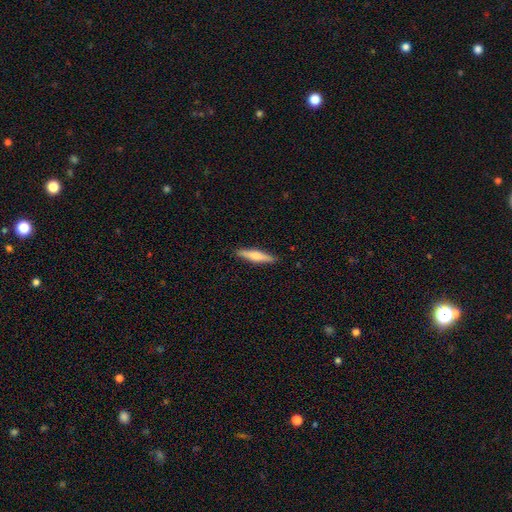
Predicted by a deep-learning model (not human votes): This is possibly a smooth galaxy (57%). How rounded: clearly cigar-shaped (85%). Merging: clearly none (90%).